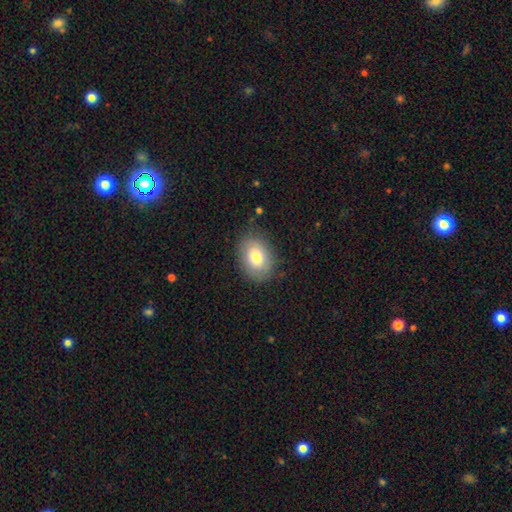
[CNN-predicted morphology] Overall: smooth (78%). How rounded: in between (64%; round 35%). Merging: none (82%).